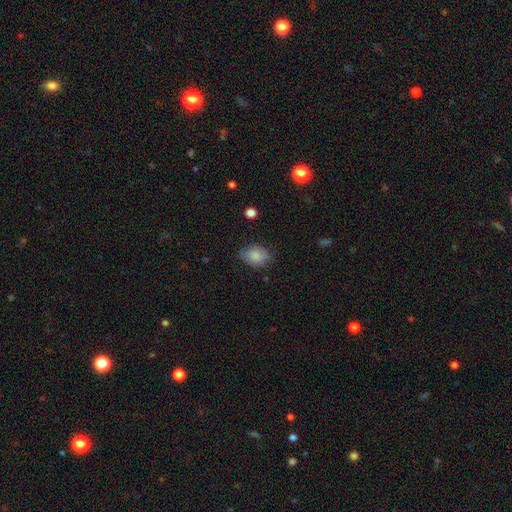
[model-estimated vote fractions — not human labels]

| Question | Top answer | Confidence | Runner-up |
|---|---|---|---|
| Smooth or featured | smooth | 85% | featured or disk (8%) |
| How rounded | in between | 70% | round (29%) |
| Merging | none | 70% | minor disturbance (23%) |